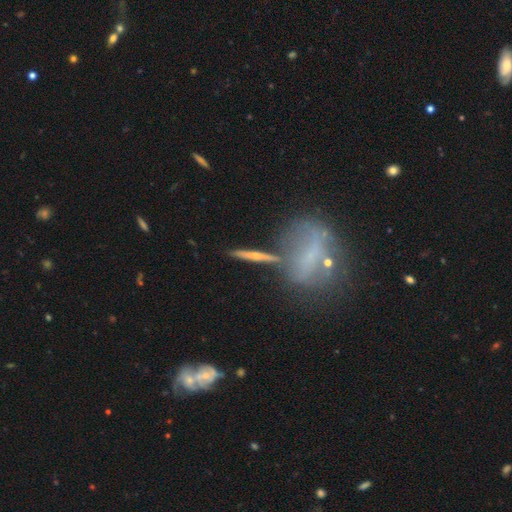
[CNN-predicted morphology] Smooth or featured? Predicted: featured or disk (p=0.53). Edge-on disk? Predicted: yes (p=0.91). Merging? Predicted: none (p=0.76).